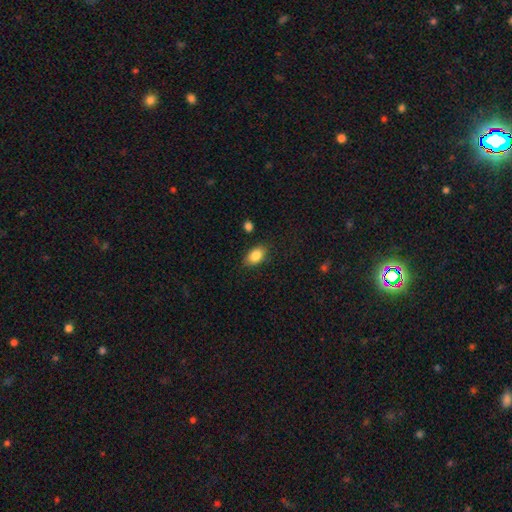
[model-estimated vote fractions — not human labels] This is clearly a smooth galaxy (85%). How rounded: clearly in between (88%). Merging: clearly none (83%).